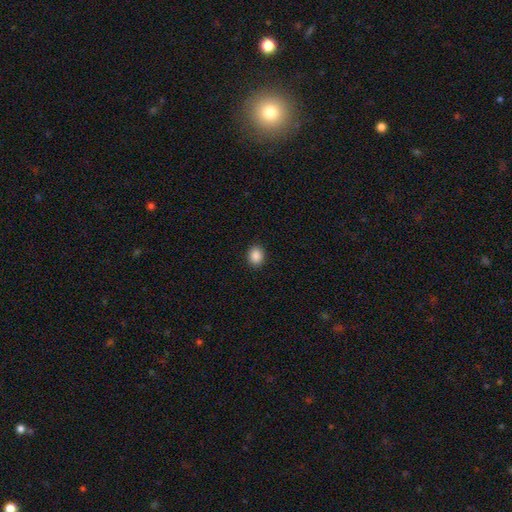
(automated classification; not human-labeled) A smooth galaxy with no disk features (88%) that is round (52%).

Vote fractions:
- Smooth or featured? smooth: 88% / star or artifact: 9% / featured or disk: 3%
- How rounded? round: 52% / in between: 47% / cigar-shaped: 1%
- Merging? none: 91% / minor disturbance: 6% / major disturbance: 2% / merger: 1%